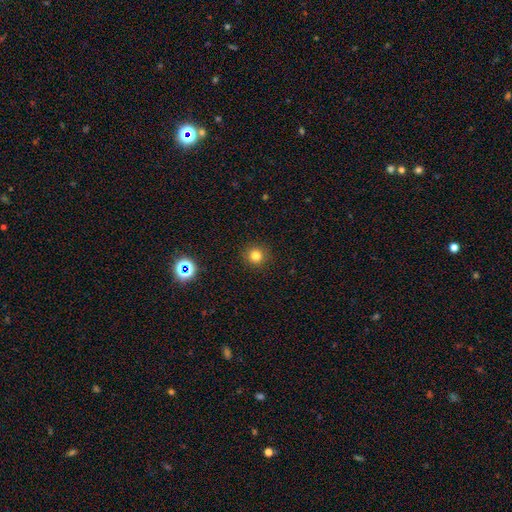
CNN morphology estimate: Smooth or featured? smooth (80%)
How rounded? round (95%)
Merging? none (92%)